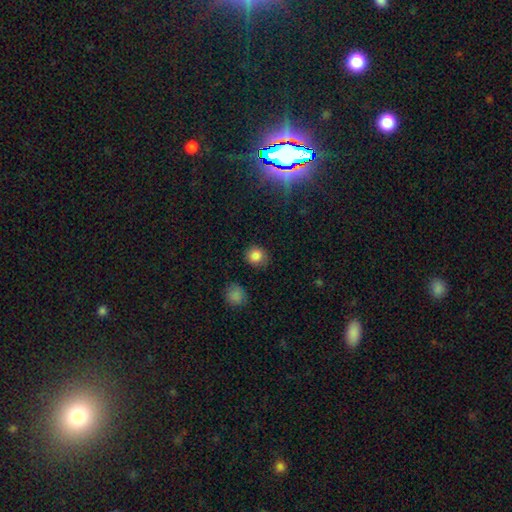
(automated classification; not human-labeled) Smooth or featured?
  - smooth: 85% *
  - star or artifact: 10%
  - featured or disk: 5%
How rounded?
  - round: 88% *
  - in between: 11%
  - cigar-shaped: 1%
Merging?
  - none: 81% *
  - minor disturbance: 13%
  - major disturbance: 4%
  - merger: 2%